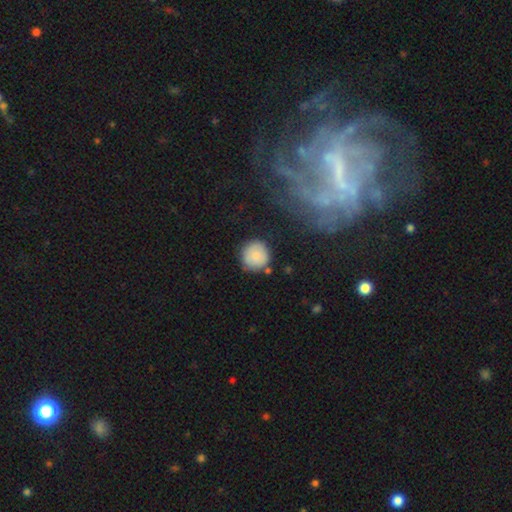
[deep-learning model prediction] The model was most divided on "merging": none: 80%, minor disturbance: 13%, merger: 4%, major disturbance: 3%. More confident: how rounded — round (93%); smooth or featured — smooth (82%).